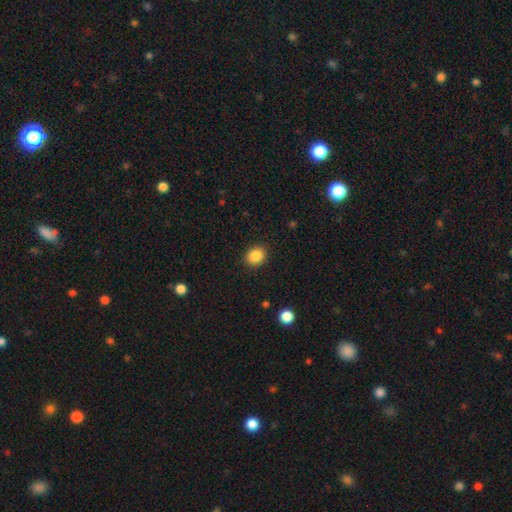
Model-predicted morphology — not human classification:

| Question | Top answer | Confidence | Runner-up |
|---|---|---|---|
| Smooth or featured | smooth | 86% | star or artifact (10%) |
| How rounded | round | 64% | in between (35%) |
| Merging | none | 89% | minor disturbance (7%) |